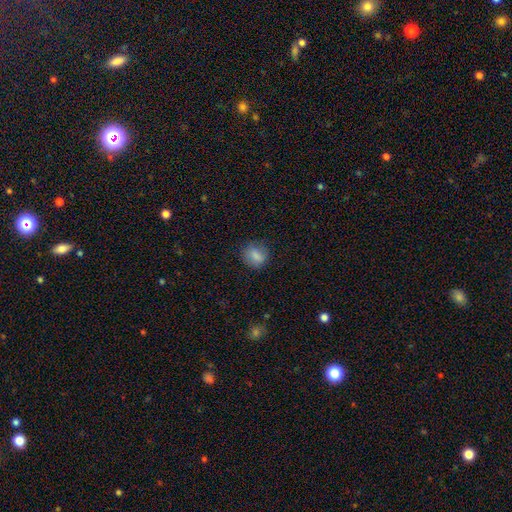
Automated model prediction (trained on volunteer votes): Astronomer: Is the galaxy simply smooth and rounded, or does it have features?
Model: smooth — 80%.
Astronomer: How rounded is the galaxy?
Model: round — 72%.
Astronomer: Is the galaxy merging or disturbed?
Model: none — 80%.